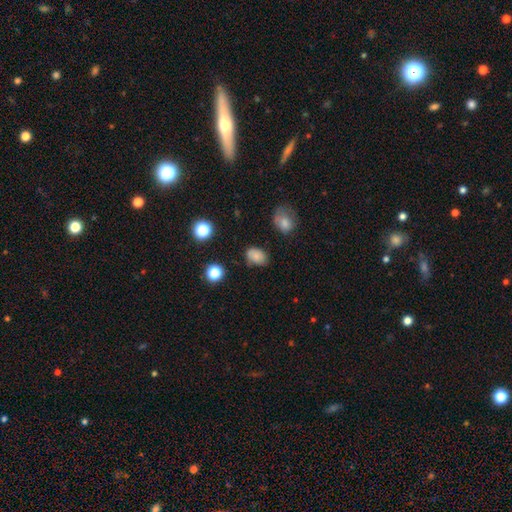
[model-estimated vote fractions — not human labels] smooth 79%, star or artifact 13%, featured or disk 9%. Down the decision tree: how rounded — in between (73%); merging — none (68%).